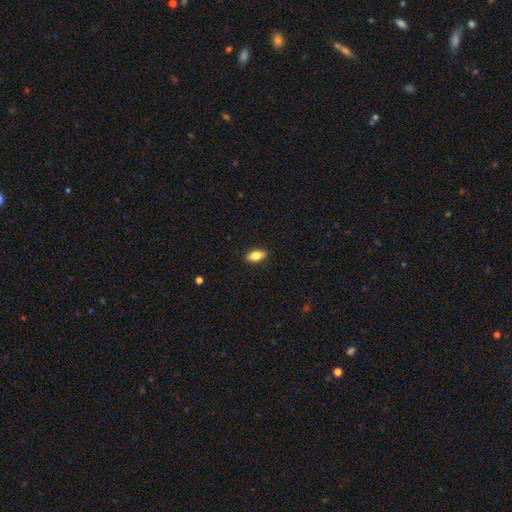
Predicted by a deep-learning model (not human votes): A smooth galaxy with no disk features (81%) that is in between round and cigar-shaped (88%).

Vote fractions:
- Smooth or featured? smooth: 81% / featured or disk: 12% / star or artifact: 7%
- How rounded? in between: 88% / cigar-shaped: 8% / round: 4%
- Merging? none: 89% / minor disturbance: 8% / major disturbance: 2% / merger: 1%